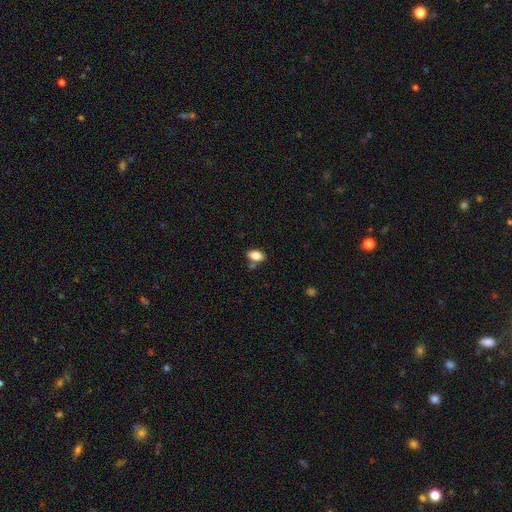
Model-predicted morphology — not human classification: Smooth or featured? Predicted: smooth (p=0.84). How rounded? Predicted: in between (p=0.90). Merging? Predicted: none (p=0.71).